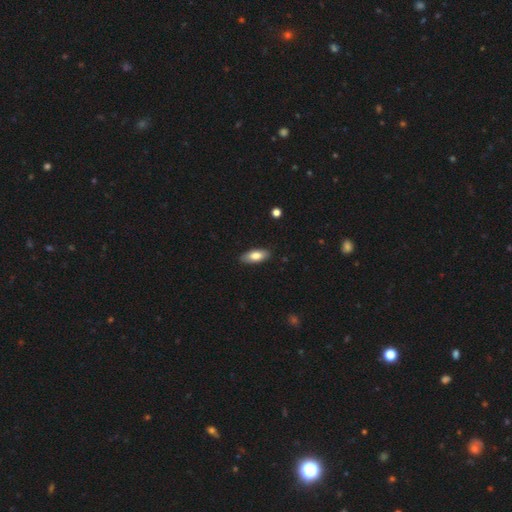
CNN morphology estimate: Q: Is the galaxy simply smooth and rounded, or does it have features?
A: smooth — 79%.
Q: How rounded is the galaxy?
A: in between — 85%.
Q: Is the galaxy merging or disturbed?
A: none — 87%.